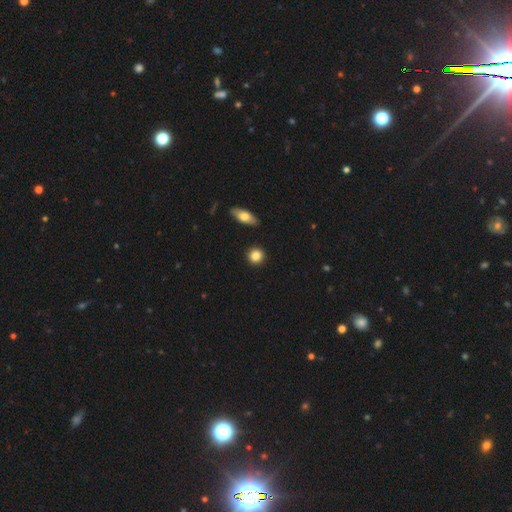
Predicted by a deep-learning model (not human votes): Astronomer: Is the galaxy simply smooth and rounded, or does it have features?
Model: smooth — 85%.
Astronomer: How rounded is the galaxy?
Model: round — 89%.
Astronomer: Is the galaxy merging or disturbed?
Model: none — 90%.